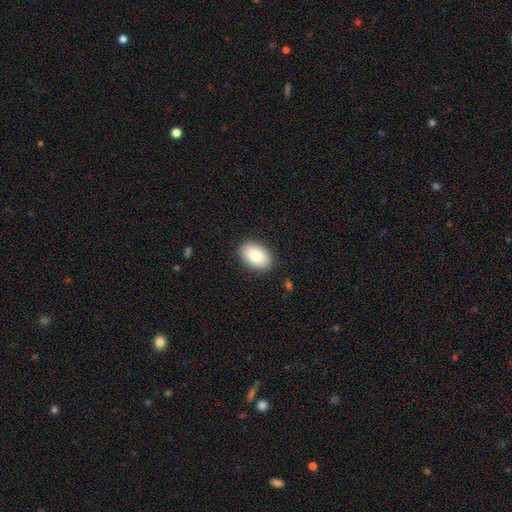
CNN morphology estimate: A smooth galaxy with no disk features (84%) that is in between round and cigar-shaped (90%). Merging: none (88%).